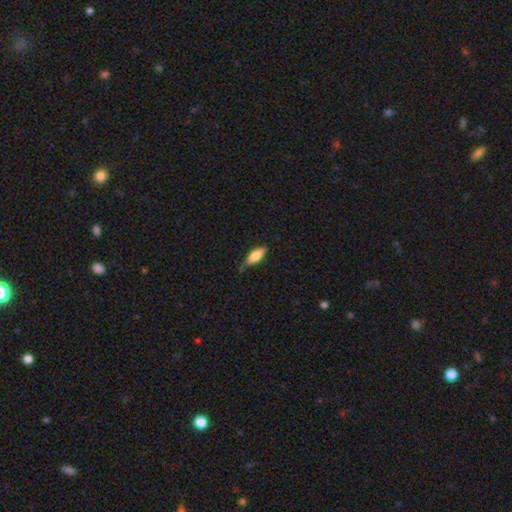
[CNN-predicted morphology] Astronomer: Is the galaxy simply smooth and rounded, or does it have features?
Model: smooth — 64%.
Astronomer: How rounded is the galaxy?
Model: in between — 64%.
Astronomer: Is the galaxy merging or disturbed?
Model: none — 64%.